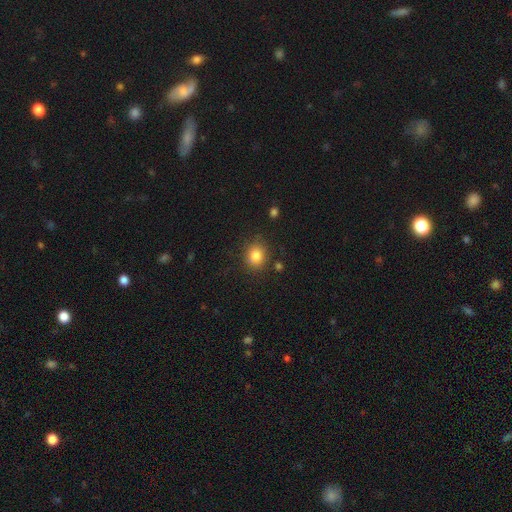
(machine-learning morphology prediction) Smooth or featured: smooth — 83% (star or artifact — 11%)
How rounded: round — 67% (in between — 32%)
Merging: none — 82% (minor disturbance — 11%)